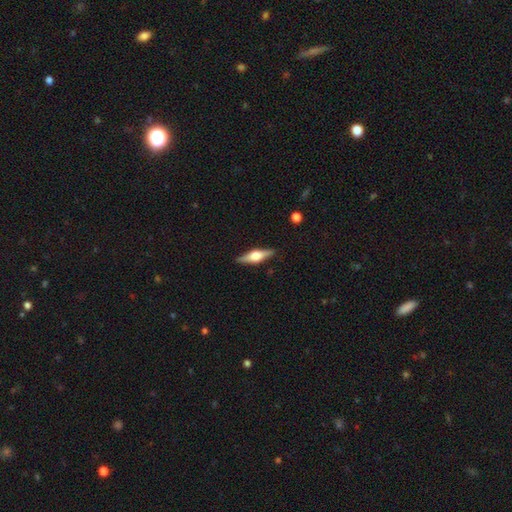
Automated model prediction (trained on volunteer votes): featured or disk 67%, smooth 27%, star or artifact 6%. Down the decision tree: edge-on disk — yes (97%); edge-on bulge — rounded (91%); merging — none (89%).